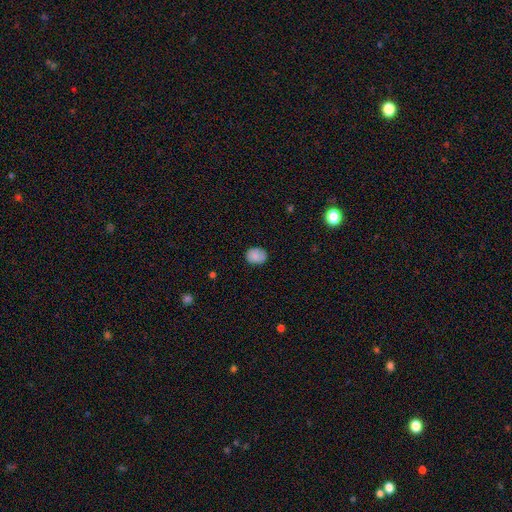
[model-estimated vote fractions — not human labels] smooth-or-featured: smooth: 81% | featured or disk: 10% | star or artifact: 8%
  how-rounded: round: 51% | in between: 48% | cigar-shaped: 1%
  merging: none: 78% | minor disturbance: 17% | major disturbance: 3% | merger: 1%